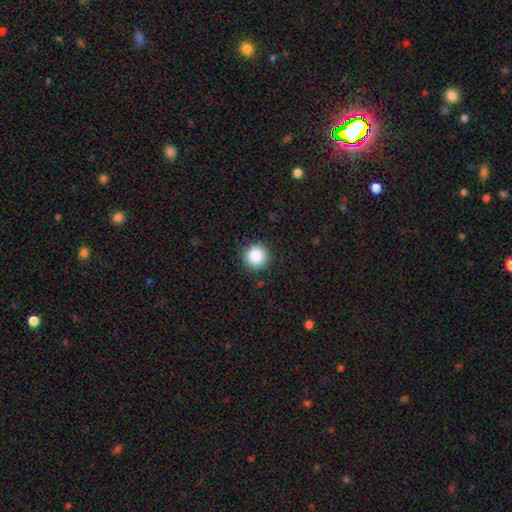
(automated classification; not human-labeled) This appears to be a smooth galaxy with no disk features (88%) that is round (96%). Merging: none (91%).